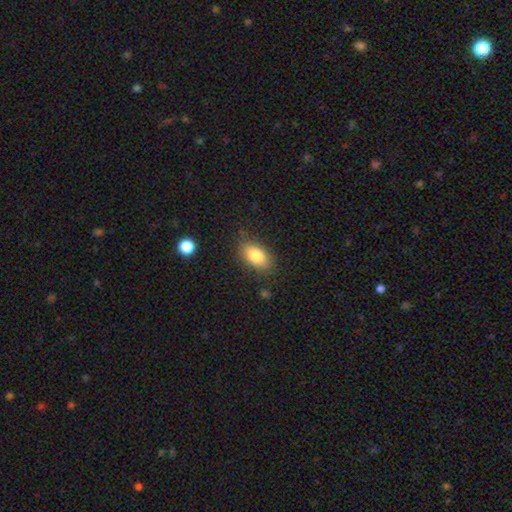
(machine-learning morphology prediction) Smooth or featured? Predicted: smooth (p=0.82). How rounded? Predicted: in between (p=0.91). Merging? Predicted: none (p=0.81).